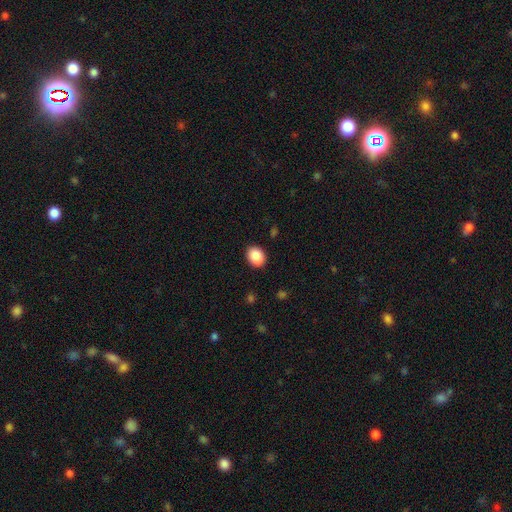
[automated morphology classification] This is clearly a smooth galaxy (88%). How rounded: likely in between (64%). Merging: clearly none (87%).